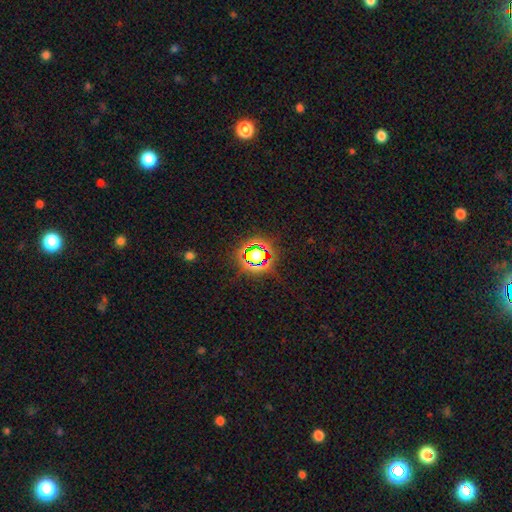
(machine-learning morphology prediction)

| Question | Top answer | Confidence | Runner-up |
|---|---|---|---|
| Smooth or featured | star or artifact | 62% | smooth (27%) |